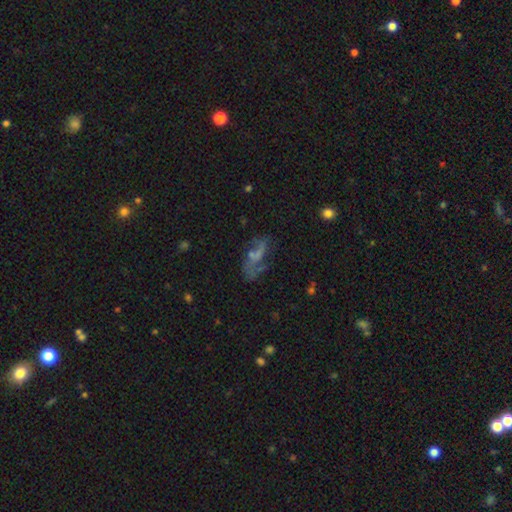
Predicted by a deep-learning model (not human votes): A featured or disk galaxy (56%) with no bar (63%), spiral arms (60%) and no central bulge (47%).

Vote fractions:
- Smooth or featured? featured or disk: 56% / smooth: 27% / star or artifact: 17%
- Edge-on disk? no: 92% / yes: 8%
- Bar? no: 63% / weak: 28% / strong: 9%
- Spiral arms? yes: 60% / no: 40%
- Bulge size? none: 47% / small: 33% / moderate: 15% / large: 3% / dominant: 2%
- Merging? none: 38% / major disturbance: 34% / minor disturbance: 20% / merger: 8%